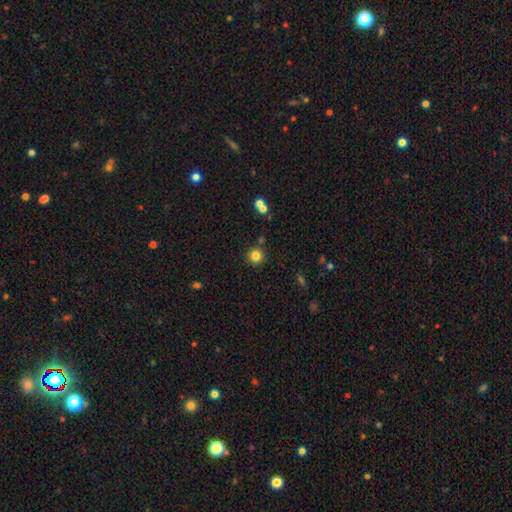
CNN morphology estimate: type=smooth (82%); roundness=round (94%); merging=none (86%).